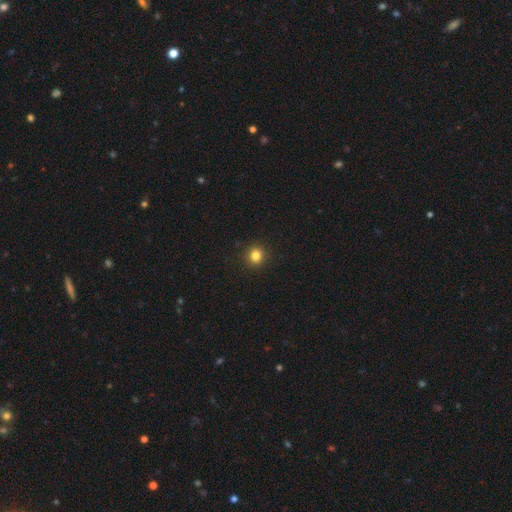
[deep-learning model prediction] smooth_or_featured: smooth (p=0.82) [alt: star or artifact p=0.13]
how_rounded: round (p=0.89) [alt: in between p=0.10]
merging: none (p=0.92) [alt: minor disturbance p=0.05]